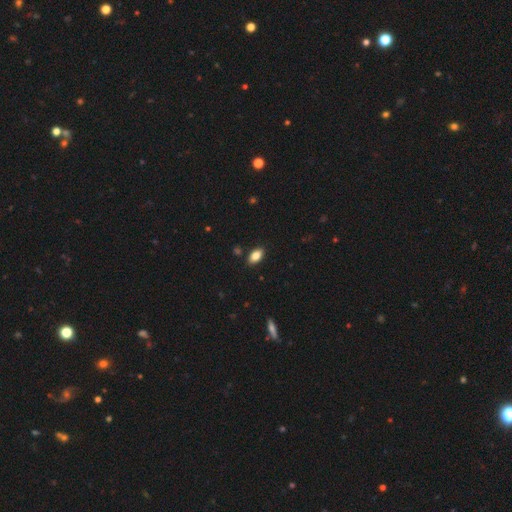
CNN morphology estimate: smooth_or_featured: smooth (p=0.84) [alt: star or artifact p=0.08]
how_rounded: in between (p=0.92) [alt: round p=0.05]
merging: none (p=0.87) [alt: minor disturbance p=0.09]